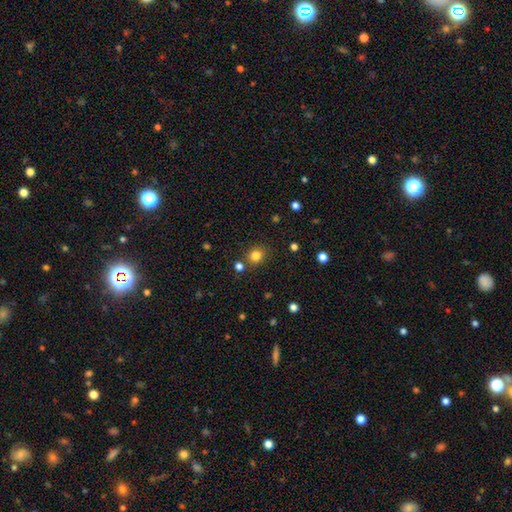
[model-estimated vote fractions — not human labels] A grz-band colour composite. It shows a smooth galaxy with no disk features (81%) that is round (82%). Merging: none (80%).